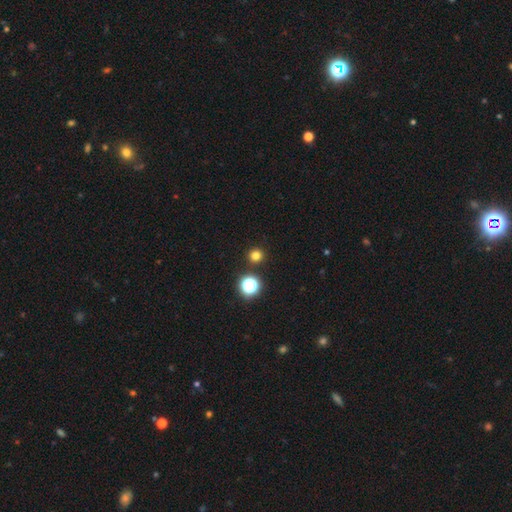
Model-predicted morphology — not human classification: Smooth or featured?
  - smooth: 77% *
  - star or artifact: 19%
  - featured or disk: 4%
How rounded?
  - round: 95% *
  - in between: 4%
  - cigar-shaped: 1%
Merging?
  - none: 91% *
  - minor disturbance: 4%
  - merger: 2%
  - major disturbance: 2%